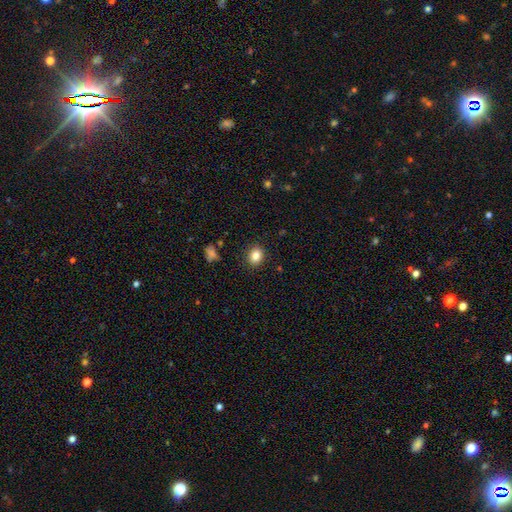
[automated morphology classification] Smooth or featured? smooth (85%)
How rounded? in between (50%)
Merging? none (89%)